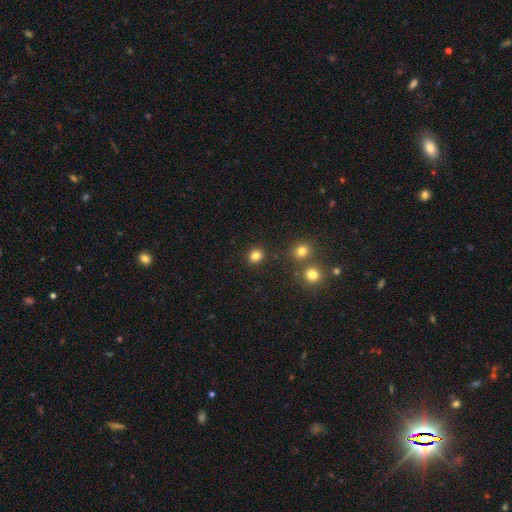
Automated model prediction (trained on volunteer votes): A smooth galaxy with no disk features (83%) that is round (85%).

Vote fractions:
- Smooth or featured? smooth: 83% / star or artifact: 12% / featured or disk: 4%
- How rounded? round: 85% / in between: 14% / cigar-shaped: 1%
- Merging? none: 89% / minor disturbance: 6% / merger: 3% / major disturbance: 2%